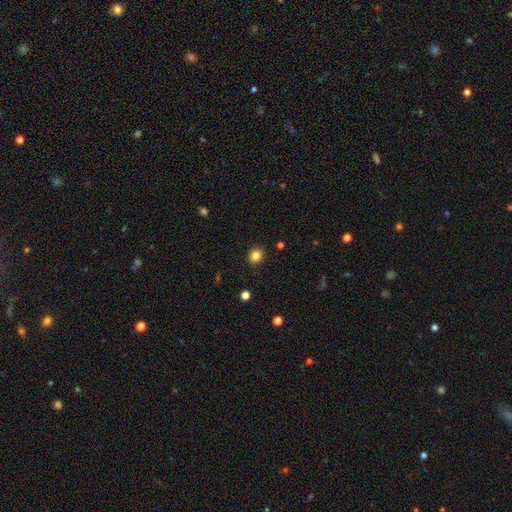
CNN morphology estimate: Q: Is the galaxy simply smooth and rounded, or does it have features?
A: smooth — 83%.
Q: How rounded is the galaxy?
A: round — 75%.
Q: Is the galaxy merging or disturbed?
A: none — 91%.